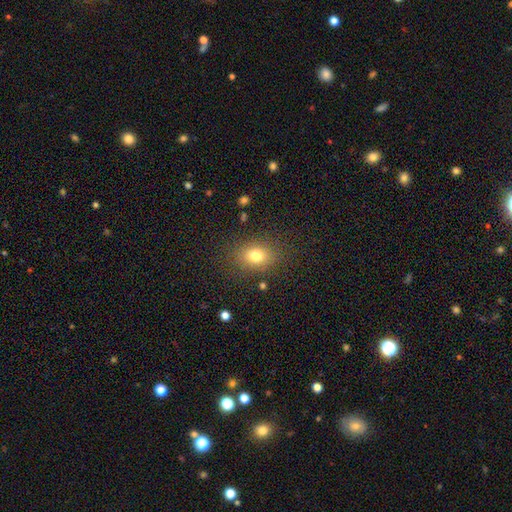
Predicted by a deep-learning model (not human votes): Smooth or featured? smooth (78%)
How rounded? in between (64%)
Merging? none (82%)